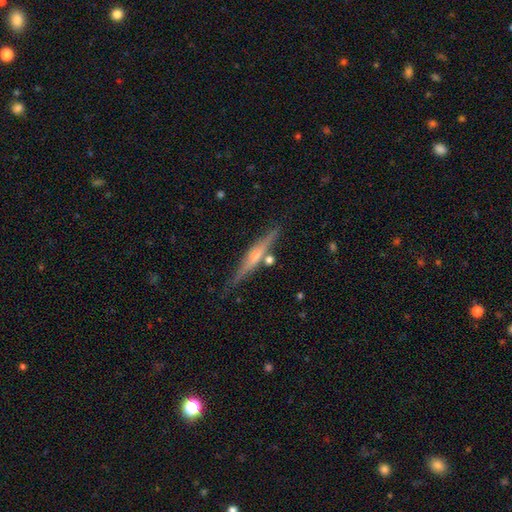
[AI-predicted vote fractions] featured or disk 66%, smooth 28%, star or artifact 6%. Down the decision tree: edge-on disk — yes (96%); edge-on bulge — rounded (63%); merging — none (81%).